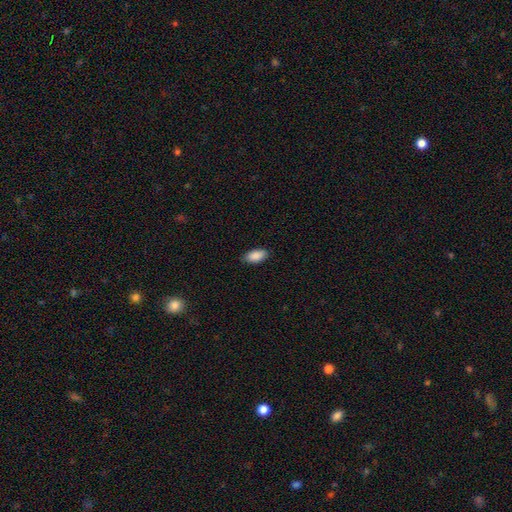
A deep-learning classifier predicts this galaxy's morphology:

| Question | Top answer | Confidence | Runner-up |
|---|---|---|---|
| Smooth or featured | smooth | 90% | star or artifact (6%) |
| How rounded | in between | 93% | cigar-shaped (4%) |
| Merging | none | 85% | minor disturbance (12%) |